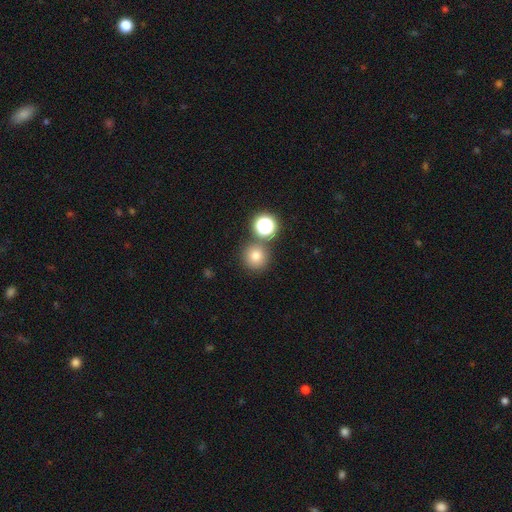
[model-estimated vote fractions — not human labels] Smooth or featured? smooth (76%)
How rounded? round (94%)
Merging? none (78%)